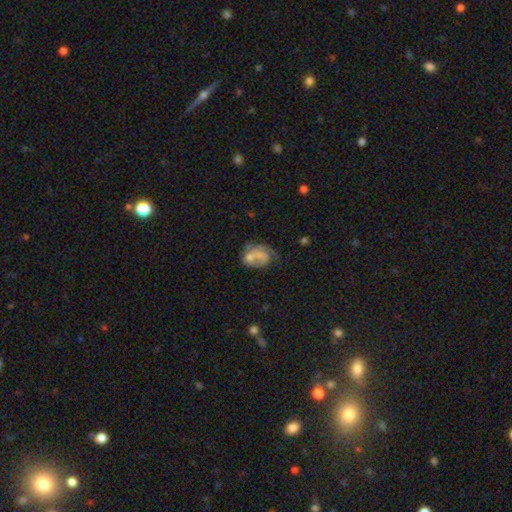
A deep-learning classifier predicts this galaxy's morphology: A smooth galaxy with no disk features (47%).

Vote fractions:
- Smooth or featured? smooth: 47% / featured or disk: 43% / star or artifact: 10%
- Merging? none: 29% / major disturbance: 25% / merger: 23% / minor disturbance: 23%